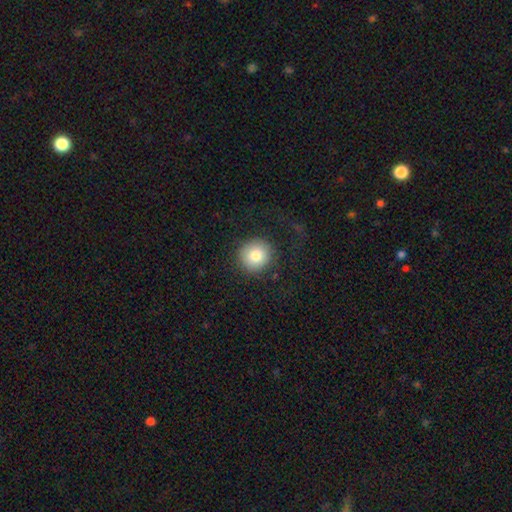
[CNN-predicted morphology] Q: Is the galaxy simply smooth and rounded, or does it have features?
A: smooth — 81%.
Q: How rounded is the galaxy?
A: round — 93%.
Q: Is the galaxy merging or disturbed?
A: none — 84%.